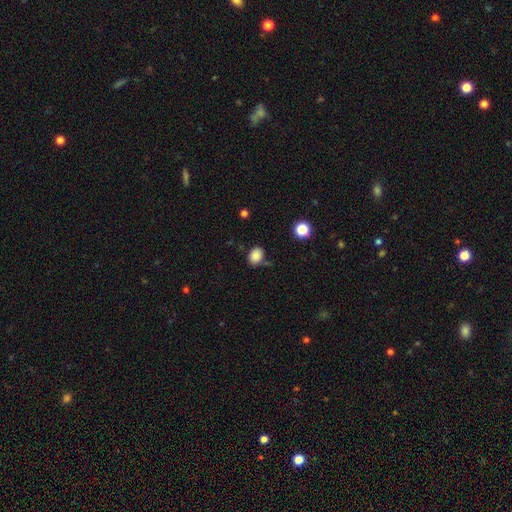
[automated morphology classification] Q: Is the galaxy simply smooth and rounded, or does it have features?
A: smooth — 86%.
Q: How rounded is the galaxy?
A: in between — 59%.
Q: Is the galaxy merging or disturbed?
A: none — 75%.